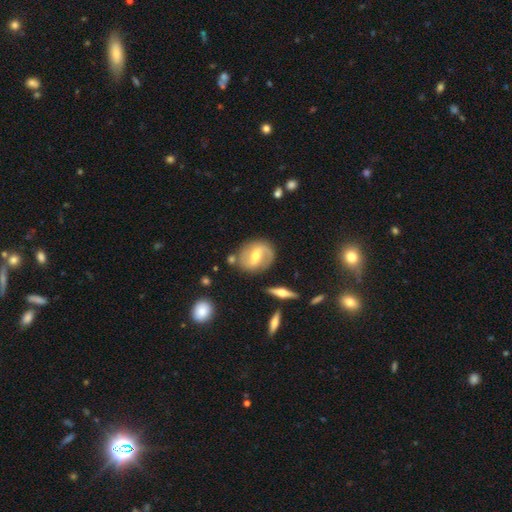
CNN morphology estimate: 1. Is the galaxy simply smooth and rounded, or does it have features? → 71% featured or disk, 22% smooth, 6% star or artifact.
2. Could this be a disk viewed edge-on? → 94% no, 6% yes.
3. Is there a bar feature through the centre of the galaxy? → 47% weak, 34% strong, 19% no.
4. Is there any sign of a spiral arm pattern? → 84% yes, 16% no.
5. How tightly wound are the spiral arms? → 41% medium, 39% loose, 21% tight.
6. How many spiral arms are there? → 81% 2, 8% can't tell, 8% 1, 2% 3, 1% 4, 1% more than 4.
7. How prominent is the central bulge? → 64% moderate, 30% small, 4% large, 1% none, 1% dominant.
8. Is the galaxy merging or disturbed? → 76% none, 14% minor disturbance, 5% major disturbance, 5% merger.